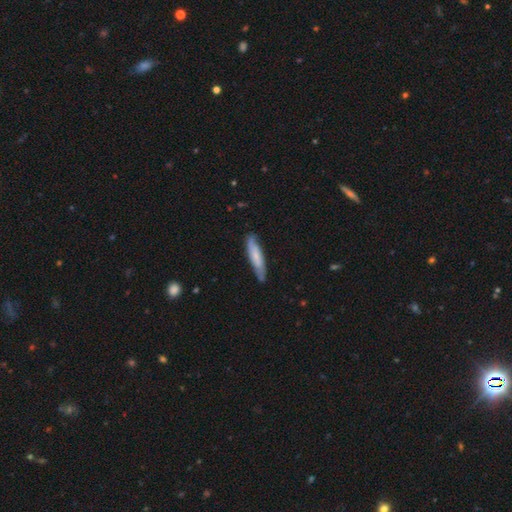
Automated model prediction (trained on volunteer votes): Overall: smooth (52%; featured or disk 42%). How rounded: cigar-shaped (78%). Merging: none (77%).